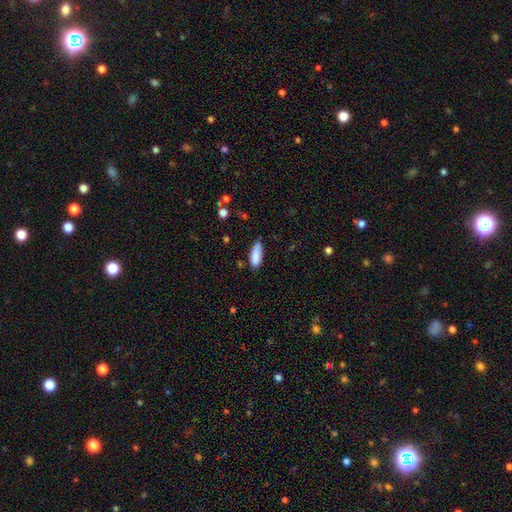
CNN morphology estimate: smooth-or-featured: smooth: 87% | star or artifact: 7% | featured or disk: 6%
  how-rounded: in between: 72% | cigar-shaped: 26% | round: 2%
  merging: none: 67% | minor disturbance: 26% | major disturbance: 4% | merger: 3%